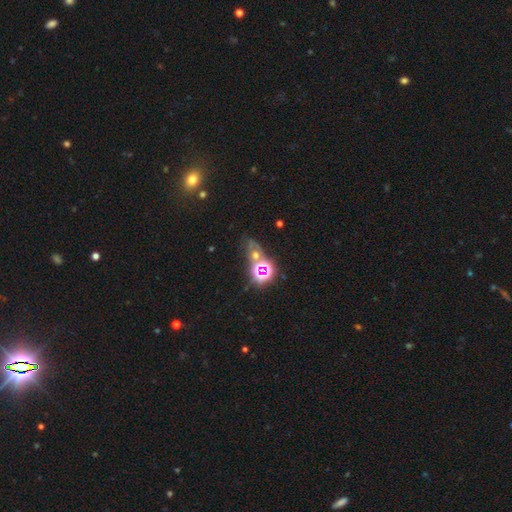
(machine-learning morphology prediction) This is possibly a star or artifact rather than a galaxy (51%).